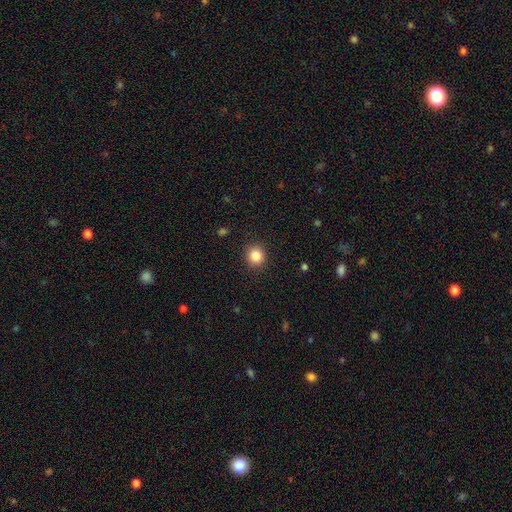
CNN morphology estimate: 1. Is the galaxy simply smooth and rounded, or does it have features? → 85% smooth, 10% star or artifact, 4% featured or disk.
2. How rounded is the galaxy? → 89% round, 11% in between, 1% cigar-shaped.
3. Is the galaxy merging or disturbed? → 90% none, 6% minor disturbance, 2% major disturbance, 1% merger.